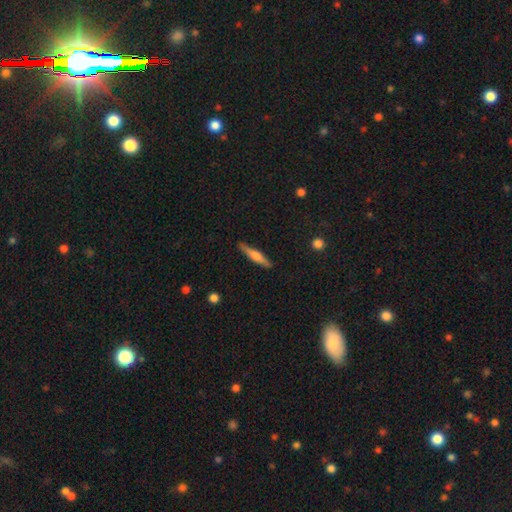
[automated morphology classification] Smooth or featured? Predicted: featured or disk (p=0.52). Edge-on disk? Predicted: yes (p=0.96). Edge-on bulge? Predicted: rounded (p=0.73). Merging? Predicted: none (p=0.88).